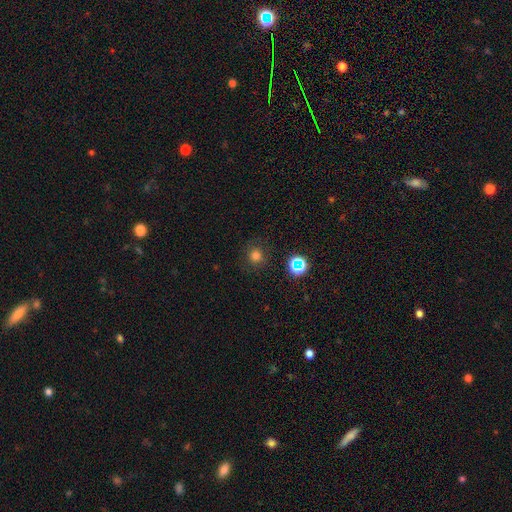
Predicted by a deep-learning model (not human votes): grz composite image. It shows a smooth galaxy with no disk features (73%) that is round (90%). Merging: none (83%).